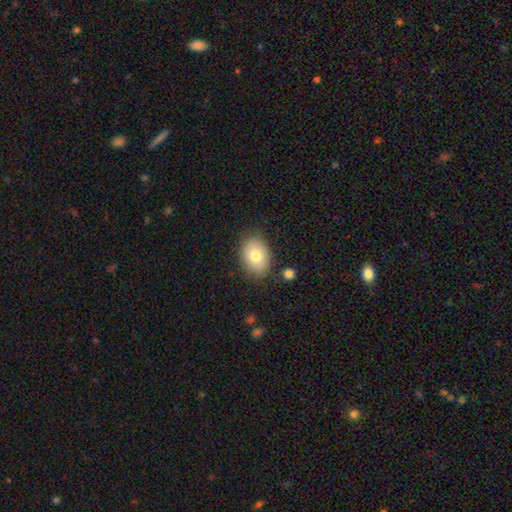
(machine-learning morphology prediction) type=smooth (77%); roundness=in between (75%); merging=none (81%).